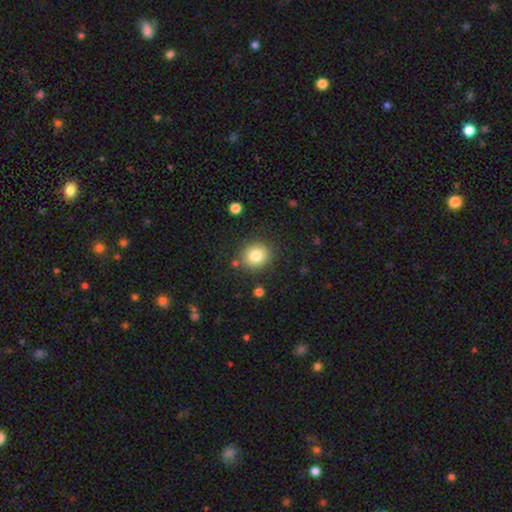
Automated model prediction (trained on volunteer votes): This is clearly a smooth galaxy (82%). How rounded: likely round (79%). Merging: clearly none (85%).